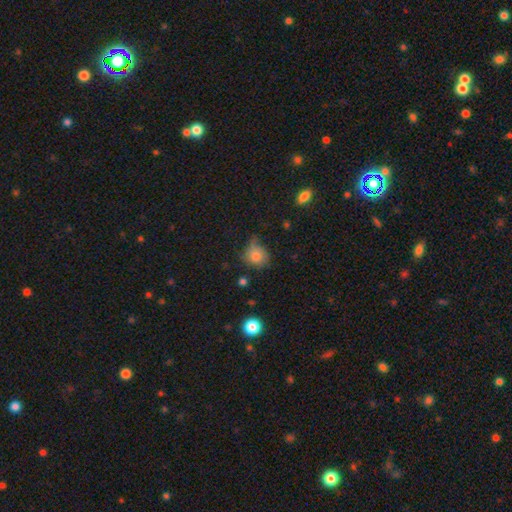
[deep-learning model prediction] smooth_or_featured: smooth (p=0.78) [alt: star or artifact p=0.11]
how_rounded: round (p=0.72) [alt: in between p=0.27]
merging: none (p=0.49) [alt: minor disturbance p=0.35]